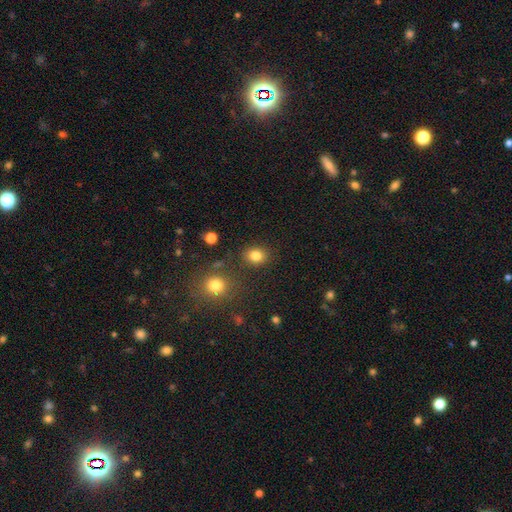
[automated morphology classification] Q: Smooth or featured?
A: smooth (83%); runner-up: star or artifact (12%)
Q: How rounded?
A: round (60%); runner-up: in between (39%)
Q: Merging?
A: none (83%); runner-up: minor disturbance (10%)